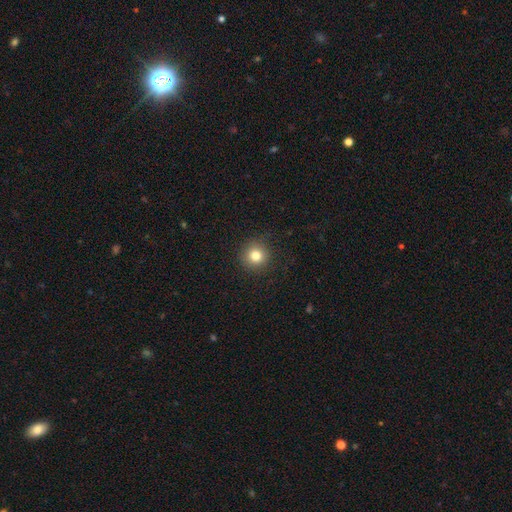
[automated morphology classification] Q: Smooth or featured?
A: smooth (81%); runner-up: star or artifact (12%)
Q: How rounded?
A: round (94%); runner-up: in between (5%)
Q: Merging?
A: none (88%); runner-up: minor disturbance (8%)